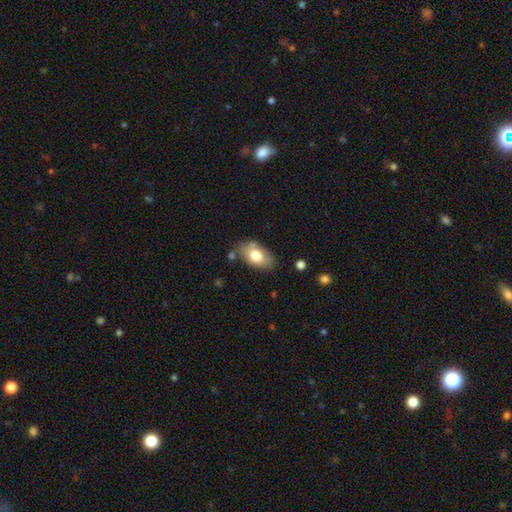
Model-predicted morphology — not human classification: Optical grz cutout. It shows a smooth galaxy with no disk features (76%) that is in between round and cigar-shaped (91%). Merging: none (72%).